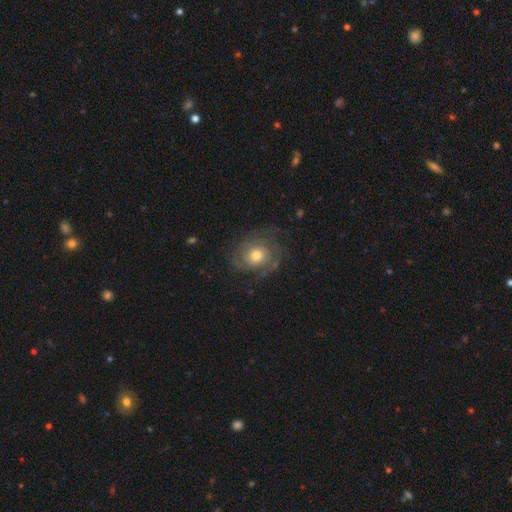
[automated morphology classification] A featured or disk galaxy (72%) with no bar (82%), 2 (38%) tight (57%) spiral arms (90%) and a moderate central bulge (70%).

Vote fractions:
- Smooth or featured? featured or disk: 72% / smooth: 21% / star or artifact: 7%
- Edge-on disk? no: 97% / yes: 3%
- Bar? no: 82% / weak: 15% / strong: 3%
- Spiral arms? yes: 90% / no: 10%
- Spiral winding? tight: 57% / medium: 31% / loose: 11%
- Spiral arm count? 2: 38% / can't tell: 28% / 3: 17% / 1: 6% / 4: 6% / more than 4: 5%
- Bulge size? moderate: 70% / small: 17% / large: 10% / dominant: 1% / none: 1%
- Merging? none: 69% / minor disturbance: 18% / major disturbance: 12% / merger: 1%